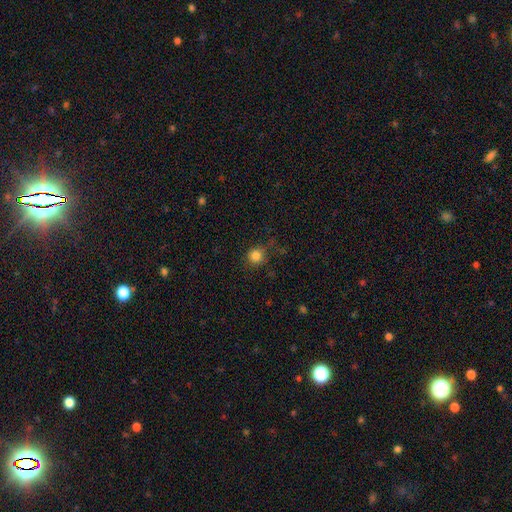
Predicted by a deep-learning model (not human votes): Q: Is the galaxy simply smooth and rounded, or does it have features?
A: smooth — 84%.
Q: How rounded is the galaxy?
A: round — 91%.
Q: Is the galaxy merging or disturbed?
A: none — 80%.